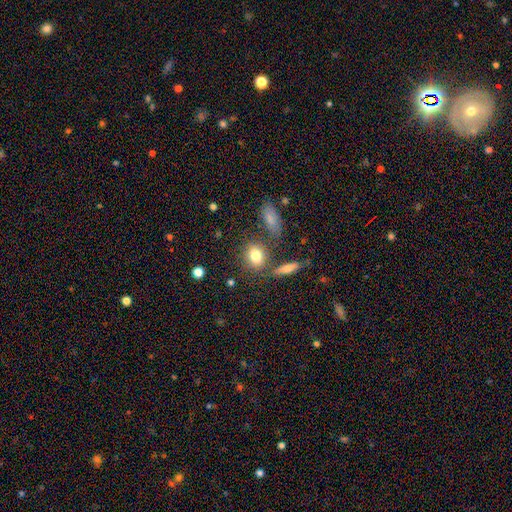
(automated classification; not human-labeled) smooth_or_featured: smooth (p=0.80) [alt: featured or disk p=0.10]
how_rounded: in between (p=0.52) [alt: round p=0.45]
merging: none (p=0.71) [alt: minor disturbance p=0.13]